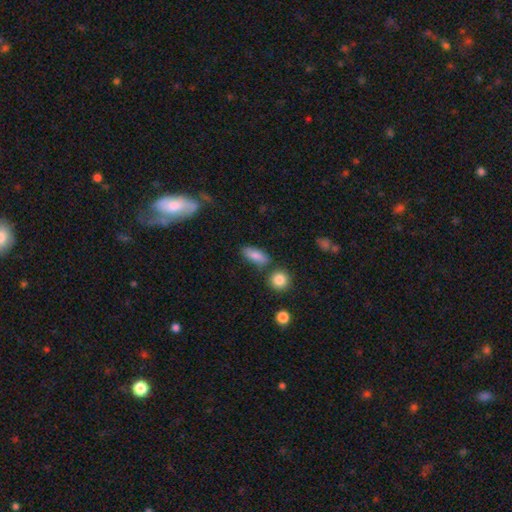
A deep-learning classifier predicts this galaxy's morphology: A smooth galaxy with no disk features (83%) that is in between round and cigar-shaped (75%).

Vote fractions:
- Smooth or featured? smooth: 83% / featured or disk: 9% / star or artifact: 8%
- How rounded? in between: 75% / cigar-shaped: 19% / round: 6%
- Merging? none: 74% / minor disturbance: 14% / merger: 8% / major disturbance: 4%